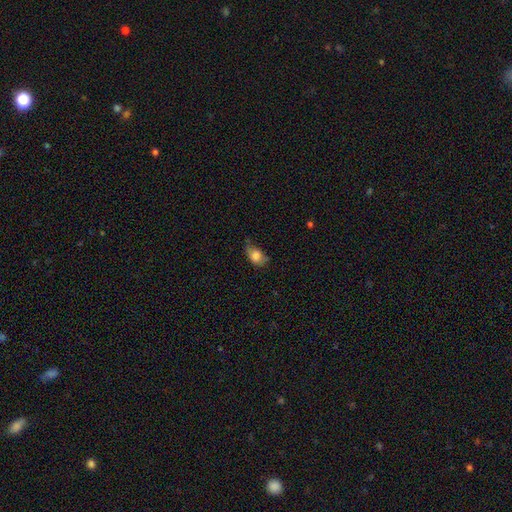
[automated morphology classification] A smooth galaxy with no disk features (78%) that is in between round and cigar-shaped (78%).

Vote fractions:
- Smooth or featured? smooth: 78% / featured or disk: 13% / star or artifact: 9%
- How rounded? in between: 78% / round: 20% / cigar-shaped: 2%
- Merging? minor disturbance: 42% / none: 37% / major disturbance: 18% / merger: 3%